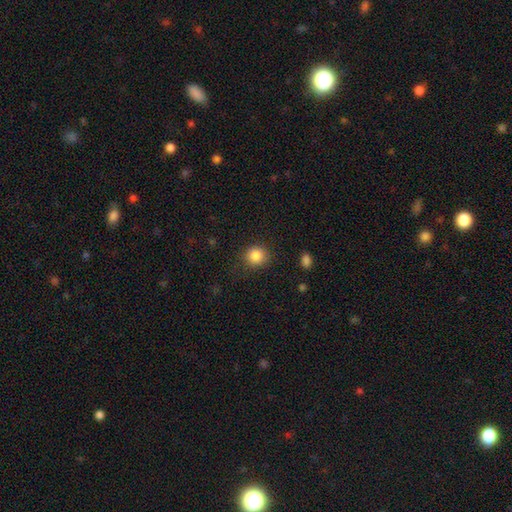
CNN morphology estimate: Smooth or featured?
  - smooth: 87% *
  - star or artifact: 10%
  - featured or disk: 4%
How rounded?
  - round: 88% *
  - in between: 11%
  - cigar-shaped: 1%
Merging?
  - none: 85% *
  - minor disturbance: 10%
  - major disturbance: 4%
  - merger: 1%